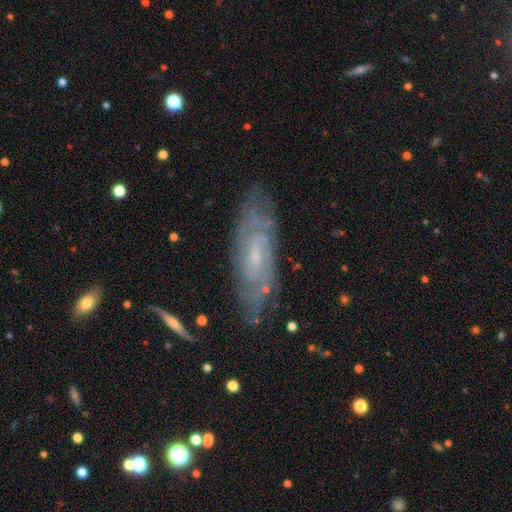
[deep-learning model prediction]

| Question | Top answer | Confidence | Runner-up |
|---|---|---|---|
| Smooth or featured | featured or disk | 76% | smooth (17%) |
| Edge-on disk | no | 82% | yes (18%) |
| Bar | no | 47% | weak (45%) |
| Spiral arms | yes | 87% | no (13%) |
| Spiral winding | tight | 60% | medium (31%) |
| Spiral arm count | can't tell | 59% | 2 (19%) |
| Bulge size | small | 65% | moderate (24%) |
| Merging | none | 74% | minor disturbance (18%) |